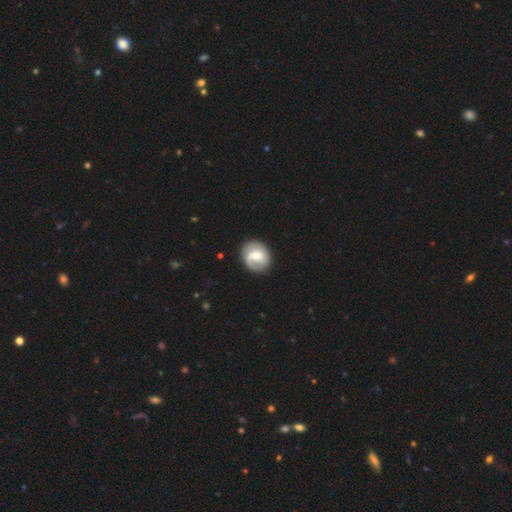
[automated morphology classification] Smooth or featured? Predicted: featured or disk (p=0.67). Edge-on disk? Predicted: no (p=0.98). Bar? Predicted: weak (p=0.47). Spiral arms? Predicted: yes (p=0.87). Spiral winding? Predicted: tight (p=0.39, tied with medium). Spiral arm count? Predicted: 2 (p=0.68). Bulge size? Predicted: moderate (p=0.63). Merging? Predicted: none (p=0.82).